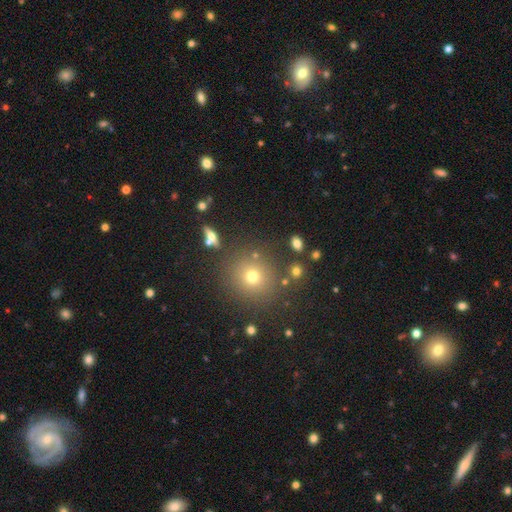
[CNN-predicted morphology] smooth_or_featured: smooth (p=0.63) [alt: star or artifact p=0.27]
how_rounded: round (p=0.91) [alt: in between p=0.08]
merging: none (p=0.85) [alt: minor disturbance p=0.07]